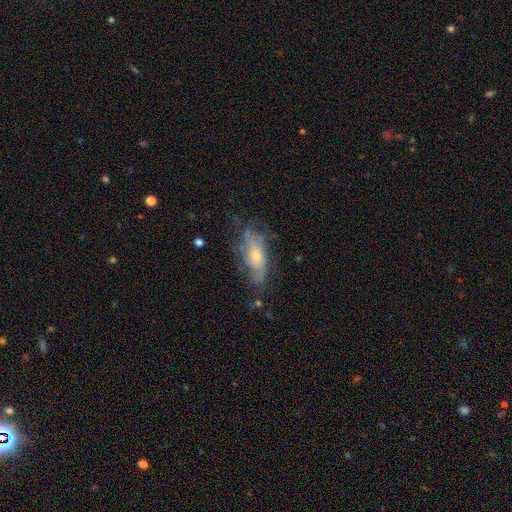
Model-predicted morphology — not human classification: Smooth or featured? Predicted: featured or disk (p=0.59). Edge-on disk? Predicted: no (p=0.84). Merging? Predicted: none (p=0.57).